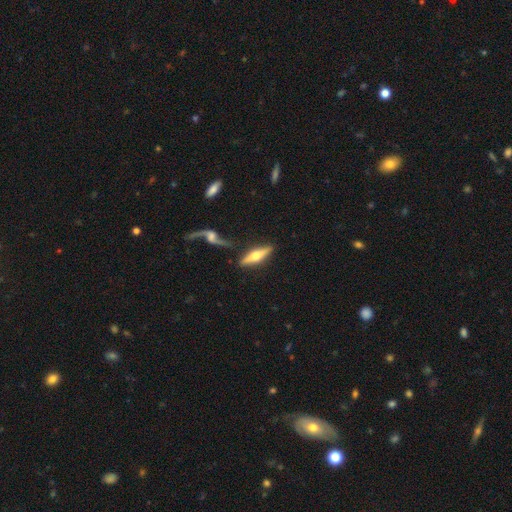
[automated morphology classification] Smooth or featured? Predicted: featured or disk (p=0.59). Edge-on disk? Predicted: yes (p=0.90). Edge-on bulge? Predicted: rounded (p=0.93). Merging? Predicted: none (p=0.77).